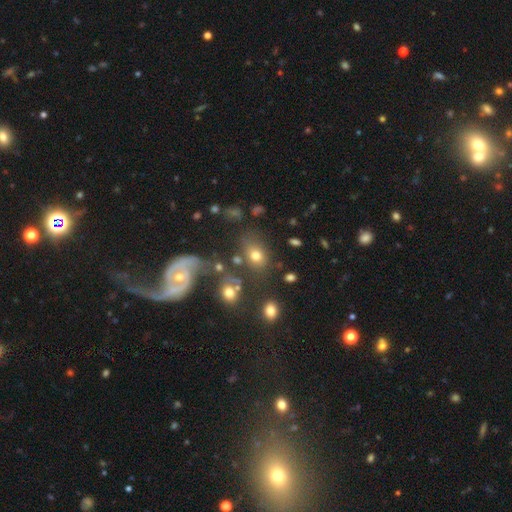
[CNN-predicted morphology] smooth 70%, featured or disk 15%, star or artifact 15%. Down the decision tree: how rounded — in between (65%); merging — none (60%).